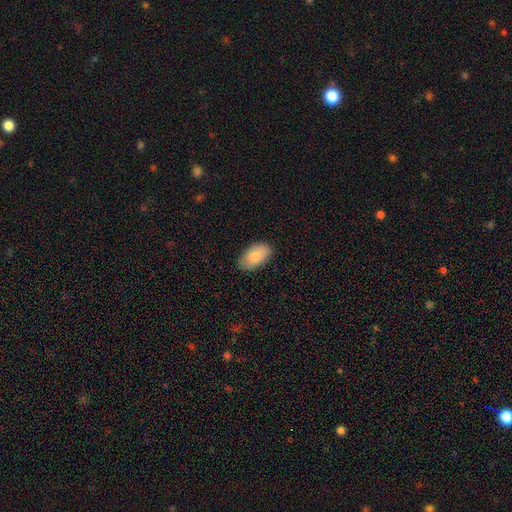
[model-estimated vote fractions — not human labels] smooth_or_featured: smooth (p=0.84) [alt: featured or disk p=0.10]
how_rounded: in between (p=0.95) [alt: round p=0.04]
merging: none (p=0.84) [alt: minor disturbance p=0.12]